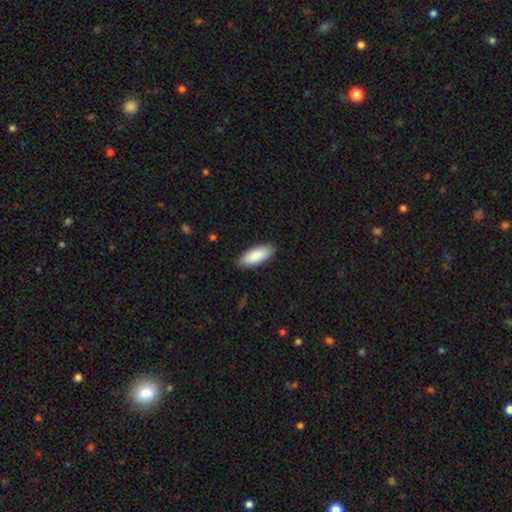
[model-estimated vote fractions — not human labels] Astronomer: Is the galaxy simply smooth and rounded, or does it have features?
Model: smooth — 89%.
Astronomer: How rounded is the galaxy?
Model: in between — 79%.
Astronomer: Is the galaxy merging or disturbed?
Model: none — 89%.